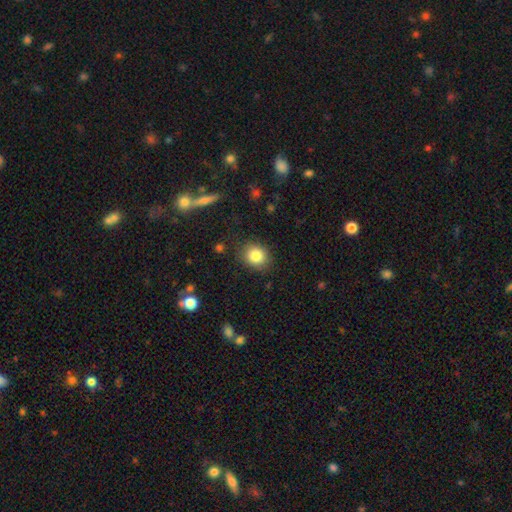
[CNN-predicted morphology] Overall: smooth (83%). How rounded: round (64%; in between 35%). Merging: none (84%).